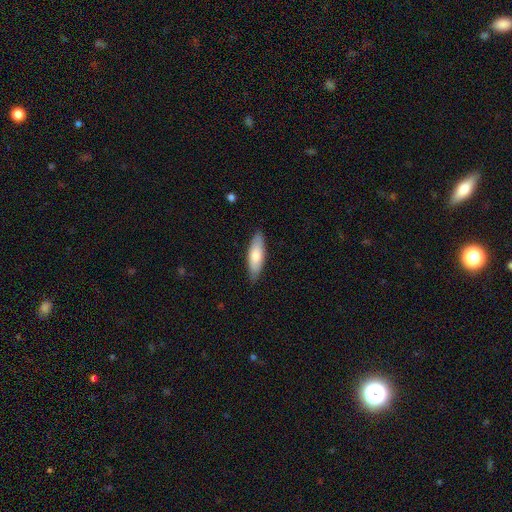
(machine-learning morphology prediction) Smooth or featured?
  - smooth: 73% *
  - featured or disk: 22%
  - star or artifact: 5%
How rounded?
  - in between: 54% *
  - cigar-shaped: 45%
  - round: 2%
Merging?
  - none: 84% *
  - minor disturbance: 13%
  - major disturbance: 2%
  - merger: 1%